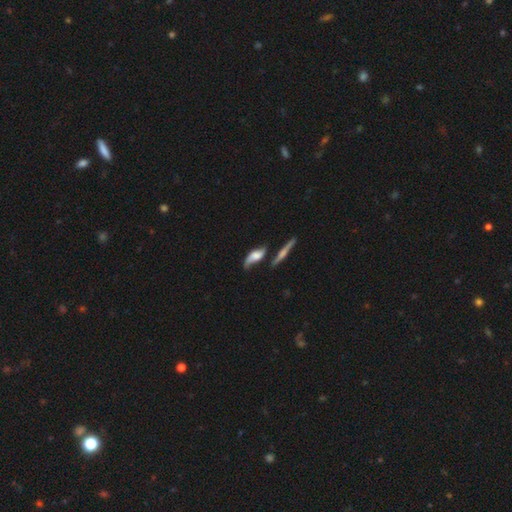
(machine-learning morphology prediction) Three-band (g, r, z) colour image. It shows a featured or disk galaxy (60%). Merging: none (45%).